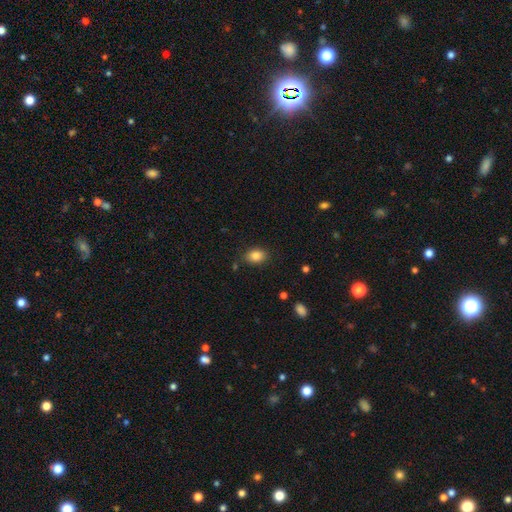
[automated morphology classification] Smooth or featured?
  - smooth: 85% *
  - star or artifact: 9%
  - featured or disk: 6%
How rounded?
  - in between: 76% *
  - round: 23%
  - cigar-shaped: 1%
Merging?
  - none: 82% *
  - minor disturbance: 13%
  - major disturbance: 3%
  - merger: 2%